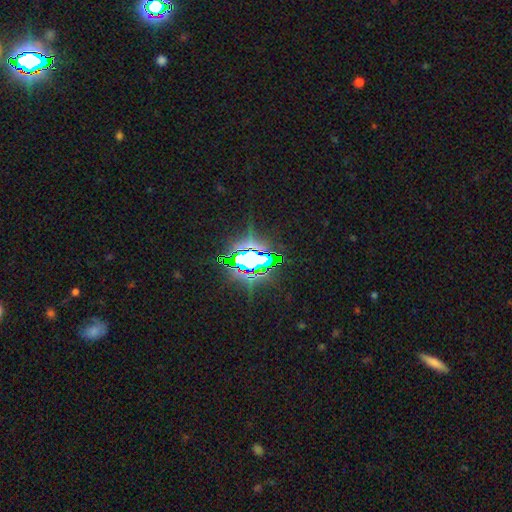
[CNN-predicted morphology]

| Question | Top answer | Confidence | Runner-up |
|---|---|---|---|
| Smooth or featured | star or artifact | 81% | smooth (11%) |